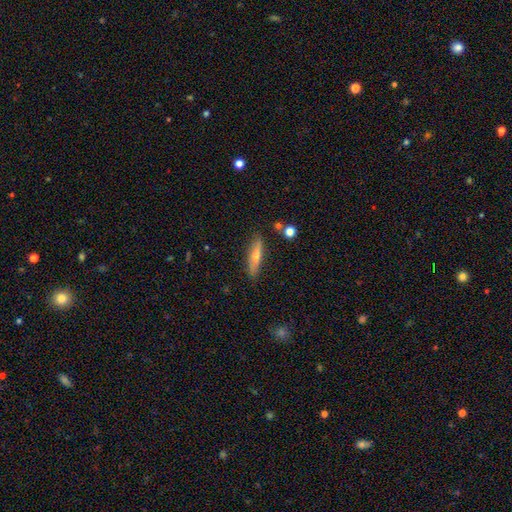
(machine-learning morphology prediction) This appears to be a smooth galaxy with no disk features (48%). Merging: none (86%).